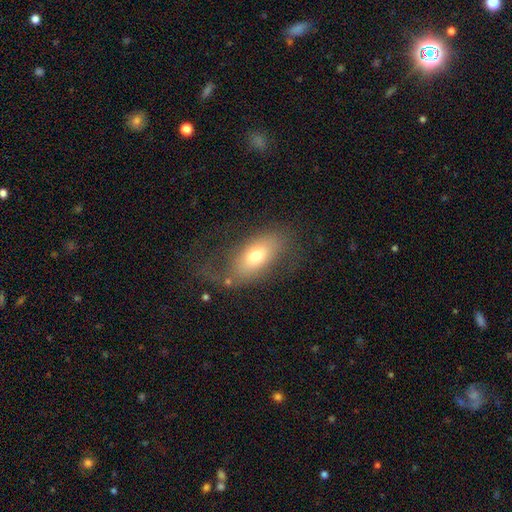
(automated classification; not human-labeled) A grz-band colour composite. It shows a smooth galaxy with no disk features (57%) that is in between round and cigar-shaped (89%). Merging: none (53%).